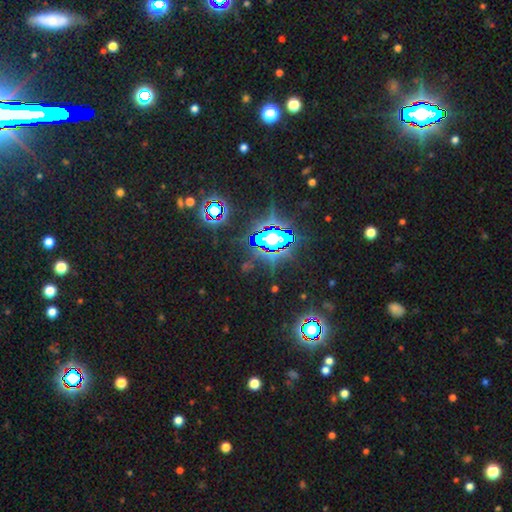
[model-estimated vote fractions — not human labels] A star or artifact, not a galaxy (84%).